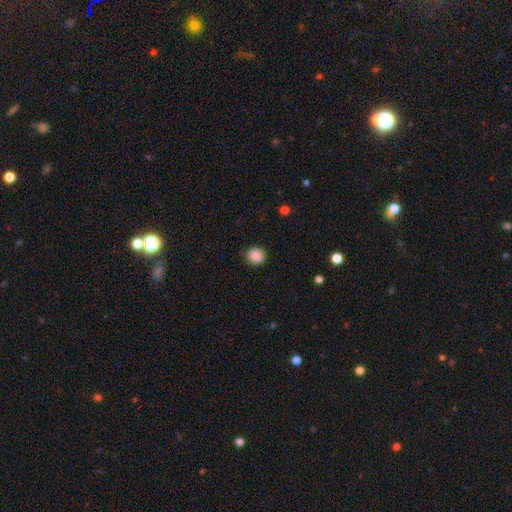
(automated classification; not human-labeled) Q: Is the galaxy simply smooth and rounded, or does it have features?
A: smooth — 87%.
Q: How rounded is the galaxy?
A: round — 90%.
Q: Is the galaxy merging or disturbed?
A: none — 90%.